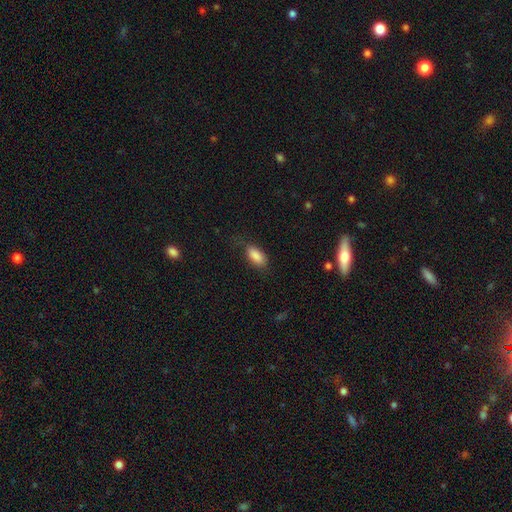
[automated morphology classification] A smooth galaxy with no disk features (87%) that is in between round and cigar-shaped (89%). Merging: none (71%).